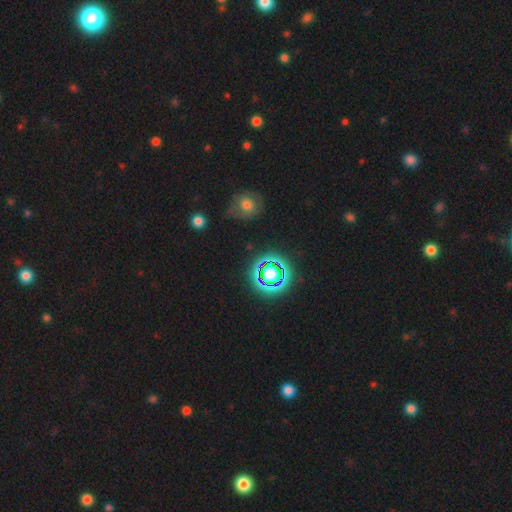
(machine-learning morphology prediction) Smooth or featured: star or artifact — 69% (smooth — 21%)